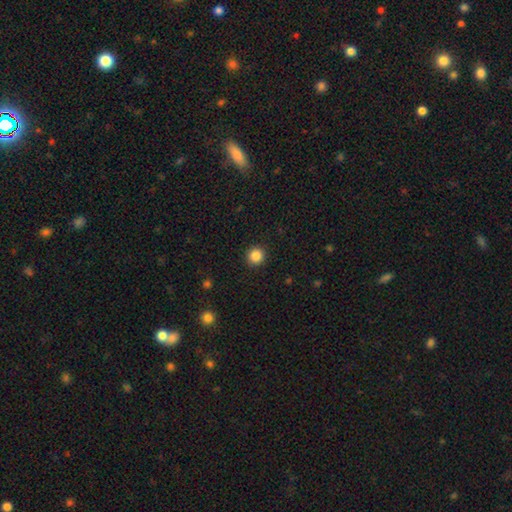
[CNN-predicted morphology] smooth 86%, star or artifact 11%, featured or disk 3%. Down the decision tree: how rounded — round (94%); merging — none (92%).